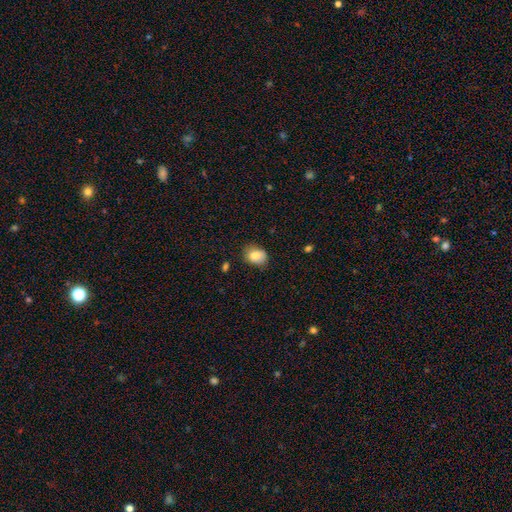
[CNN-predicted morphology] Smooth or featured? smooth (82%)
How rounded? in between (65%)
Merging? none (70%)